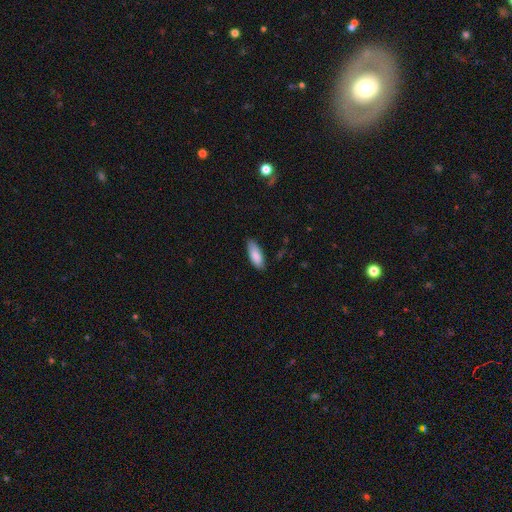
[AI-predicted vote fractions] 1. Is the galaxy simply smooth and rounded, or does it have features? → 87% smooth, 8% featured or disk, 6% star or artifact.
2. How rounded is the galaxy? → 73% in between, 26% cigar-shaped, 2% round.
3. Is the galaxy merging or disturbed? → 79% none, 17% minor disturbance, 3% major disturbance, 1% merger.